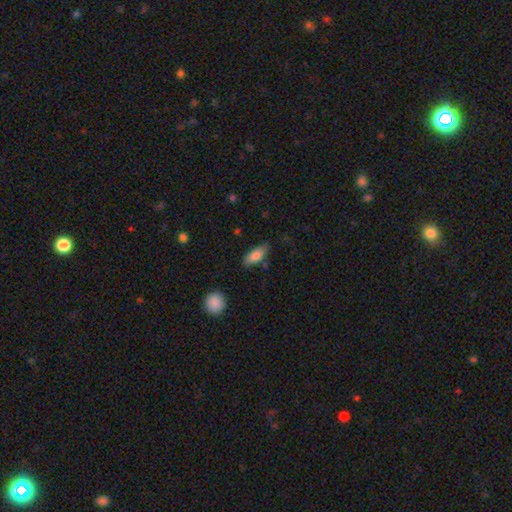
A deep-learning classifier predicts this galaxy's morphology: Smooth or featured: smooth — 79% (featured or disk — 15%)
How rounded: in between — 77% (cigar-shaped — 21%)
Merging: none — 77% (minor disturbance — 17%)